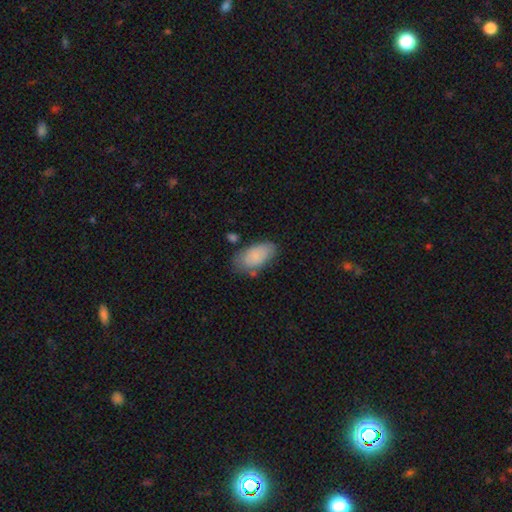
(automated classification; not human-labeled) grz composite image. It shows a smooth galaxy with no disk features (84%) that is in between round and cigar-shaped (94%). Merging: none (66%).